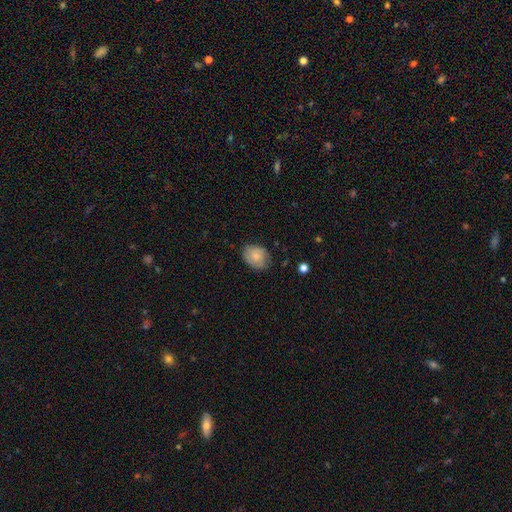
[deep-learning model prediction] A smooth galaxy with no disk features (75%) that is in between round and cigar-shaped (60%).

Vote fractions:
- Smooth or featured? smooth: 75% / featured or disk: 18% / star or artifact: 7%
- How rounded? in between: 60% / round: 39% / cigar-shaped: 1%
- Merging? none: 68% / minor disturbance: 25% / major disturbance: 6% / merger: 1%